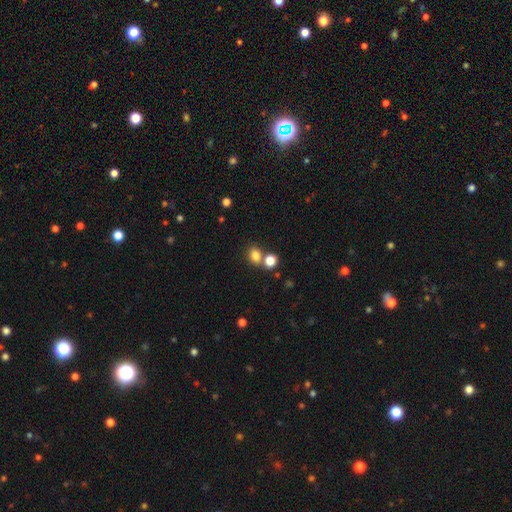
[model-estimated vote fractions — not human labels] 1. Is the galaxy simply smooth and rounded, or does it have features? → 81% smooth, 13% star or artifact, 6% featured or disk.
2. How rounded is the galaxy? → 50% round, 49% in between, 1% cigar-shaped.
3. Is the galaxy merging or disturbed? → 58% none, 28% merger, 10% minor disturbance, 4% major disturbance.